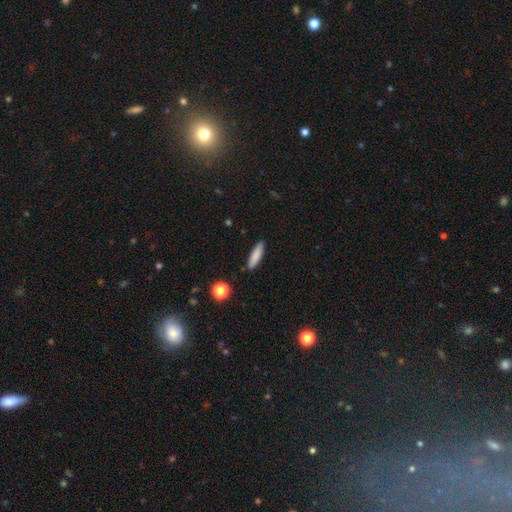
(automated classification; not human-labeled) This is clearly a smooth galaxy (83%). How rounded: likely cigar-shaped (74%). Merging: clearly none (88%).